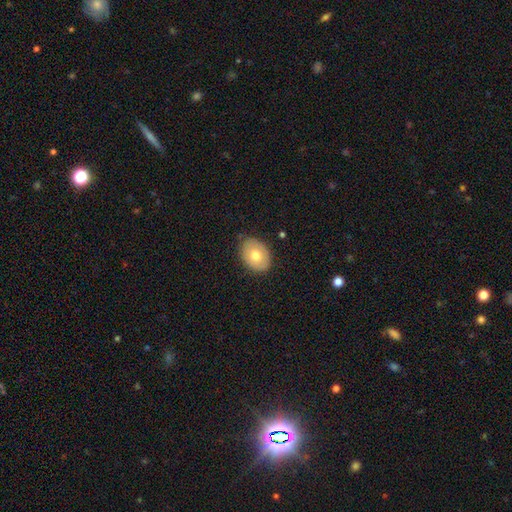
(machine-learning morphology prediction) This appears to be a smooth galaxy with no disk features (66%) that is in between round and cigar-shaped (71%). Merging: none (79%).